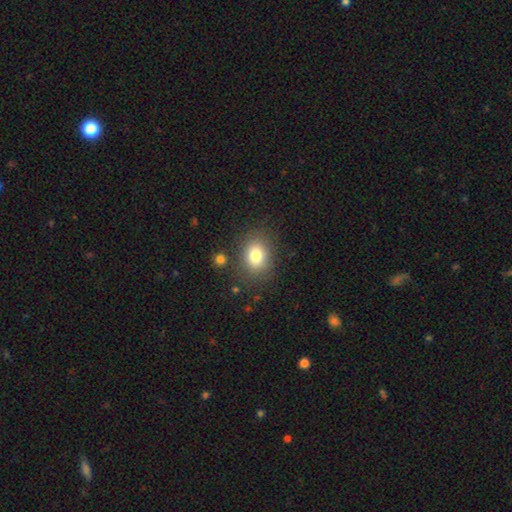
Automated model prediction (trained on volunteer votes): Smooth or featured? smooth (80%)
How rounded? in between (52%)
Merging? none (82%)